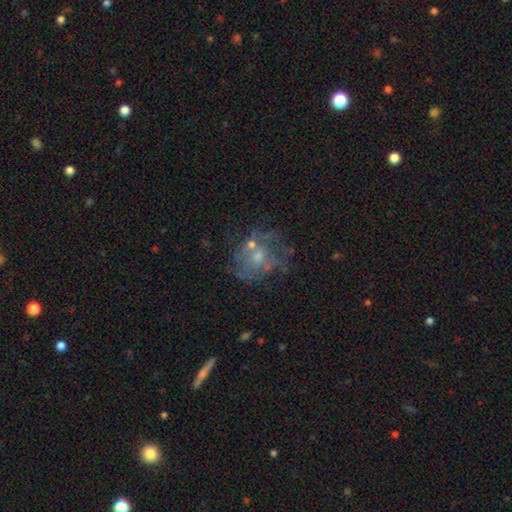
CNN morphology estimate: The model was most divided on "bulge size": small: 47%, moderate: 38%, none: 11%, large: 3%, dominant: 1%. More confident: edge-on disk — no (97%); bar — no (81%); smooth or featured — featured or disk (60%); spiral arms — no (59%); merging — none (57%).